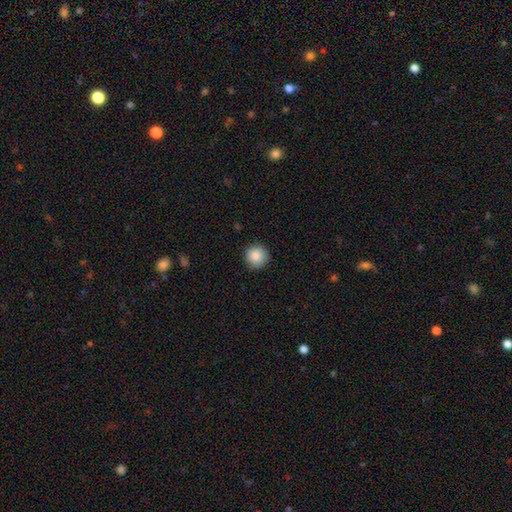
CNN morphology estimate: smooth_or_featured: smooth (p=0.88) [alt: star or artifact p=0.08]
how_rounded: round (p=0.95) [alt: in between p=0.04]
merging: none (p=0.89) [alt: minor disturbance p=0.08]